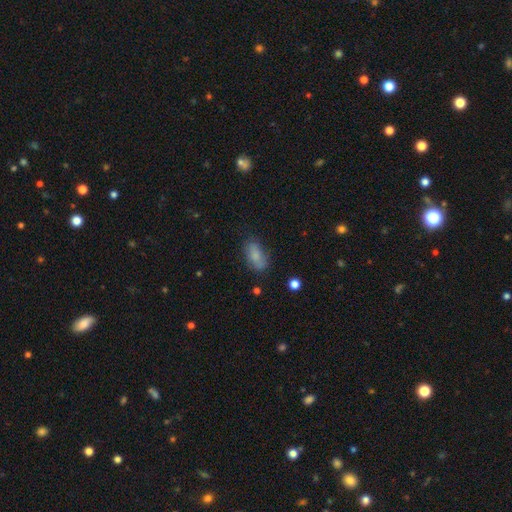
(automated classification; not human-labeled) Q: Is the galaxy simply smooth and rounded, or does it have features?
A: smooth — 78%.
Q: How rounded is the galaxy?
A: in between — 88%.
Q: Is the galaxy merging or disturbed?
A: none — 68%.